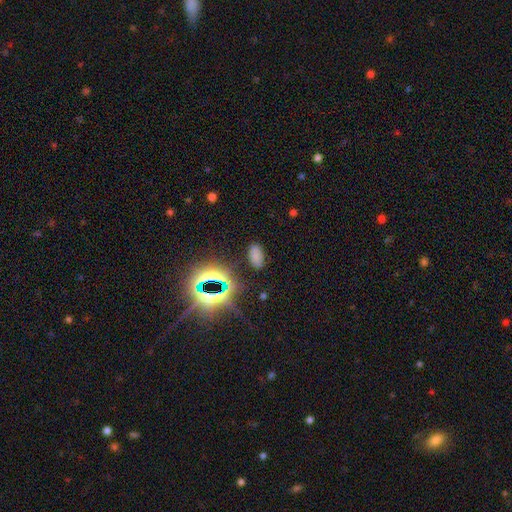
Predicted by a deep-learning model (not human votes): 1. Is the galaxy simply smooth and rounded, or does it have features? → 68% smooth, 26% star or artifact, 6% featured or disk.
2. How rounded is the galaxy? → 92% in between, 4% round, 4% cigar-shaped.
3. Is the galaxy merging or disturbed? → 83% none, 11% minor disturbance, 4% major disturbance, 2% merger.